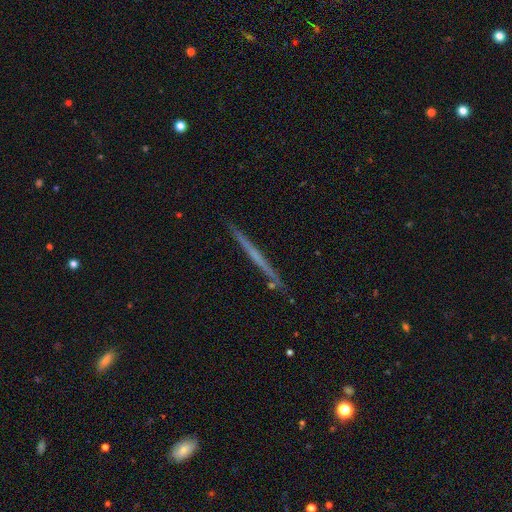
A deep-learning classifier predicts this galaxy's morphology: A featured or disk galaxy (57%) viewed edge-on (97%) with no central bulge (88%). Merging: none (90%).